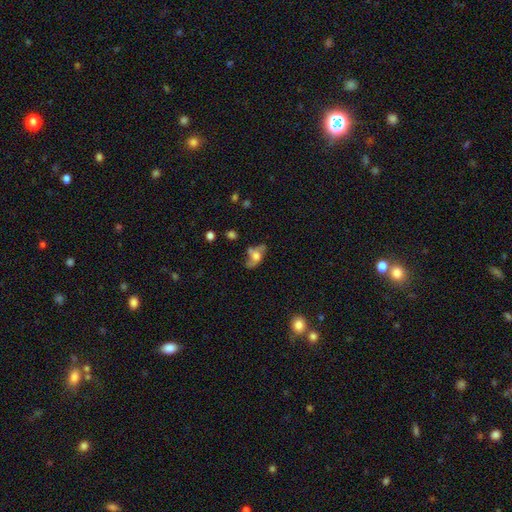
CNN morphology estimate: smooth-or-featured: featured or disk: 53% | smooth: 37% | star or artifact: 10%
  disk-edge-on: no: 87% | yes: 13%
  merging: none: 49% | minor disturbance: 24% | major disturbance: 16% | merger: 12%